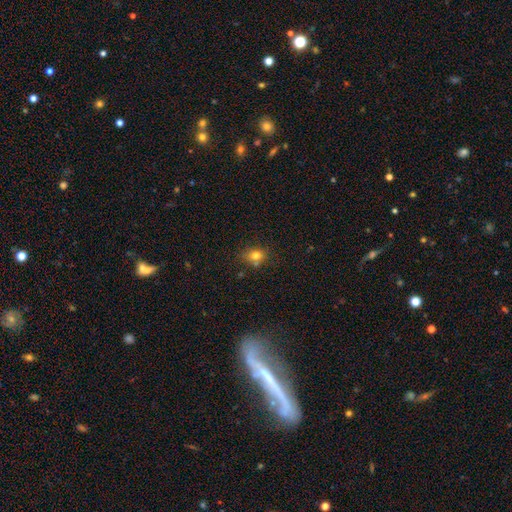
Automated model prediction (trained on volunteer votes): This appears to be a smooth galaxy with no disk features (76%) that is round (56%). Merging: none (65%).